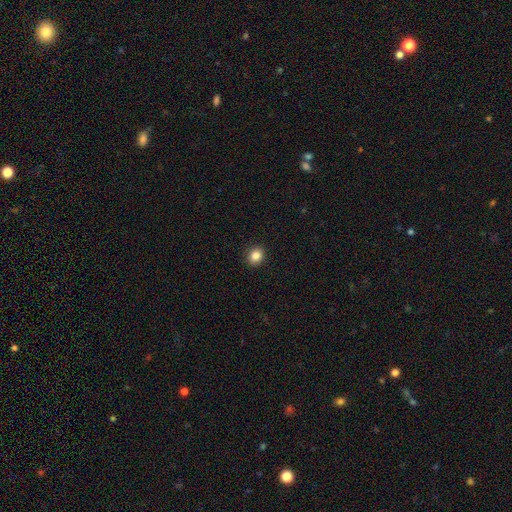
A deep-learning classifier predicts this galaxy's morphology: smooth-or-featured: smooth: 86% | star or artifact: 10% | featured or disk: 4%
  how-rounded: round: 61% | in between: 38% | cigar-shaped: 1%
  merging: none: 91% | minor disturbance: 6% | major disturbance: 2% | merger: 1%